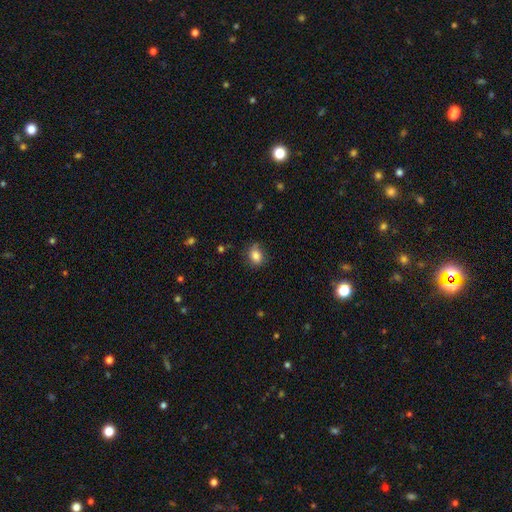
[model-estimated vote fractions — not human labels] A smooth galaxy with no disk features (82%) that is in between round and cigar-shaped (55%). Merging: none (71%).